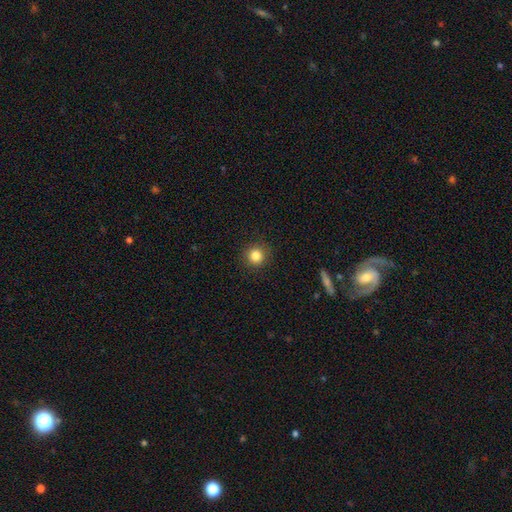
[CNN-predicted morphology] A smooth galaxy with no disk features (84%) that is round (93%). Merging: none (90%).